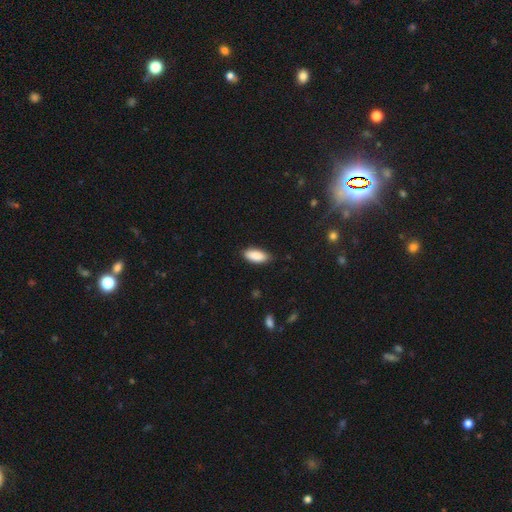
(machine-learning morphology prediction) Smooth or featured: smooth — 89% (star or artifact — 6%)
How rounded: in between — 87% (cigar-shaped — 11%)
Merging: none — 82% (minor disturbance — 14%)